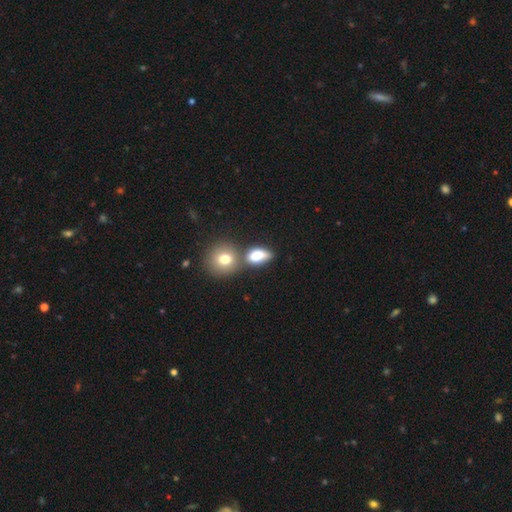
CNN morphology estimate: Smooth or featured? smooth (78%)
How rounded? in between (74%)
Merging? none (43%)